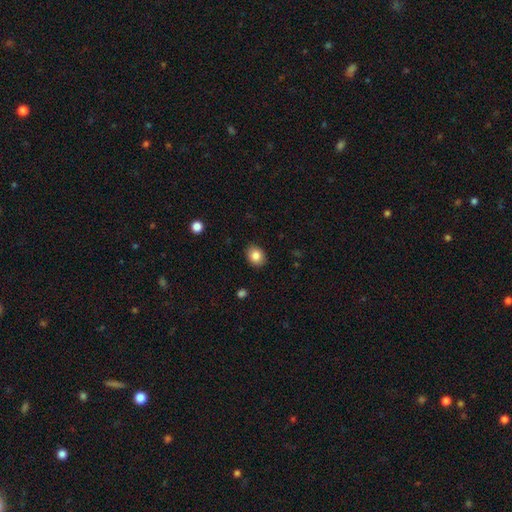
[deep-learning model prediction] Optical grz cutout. It shows a smooth galaxy with no disk features (85%) that is round (54%). Merging: none (89%).